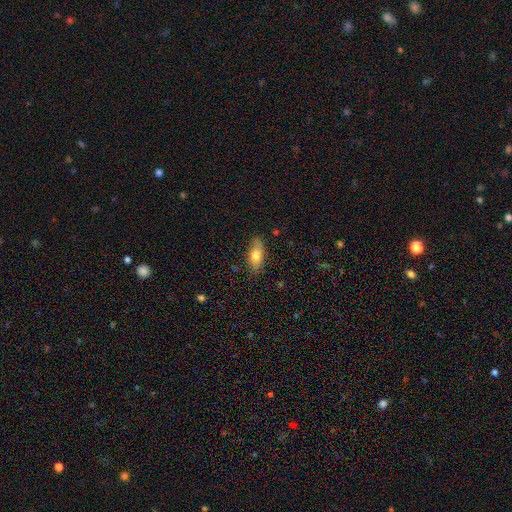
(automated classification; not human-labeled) Q: Smooth or featured?
A: smooth (76%); runner-up: featured or disk (17%)
Q: How rounded?
A: in between (80%); runner-up: cigar-shaped (17%)
Q: Merging?
A: none (80%); runner-up: minor disturbance (16%)